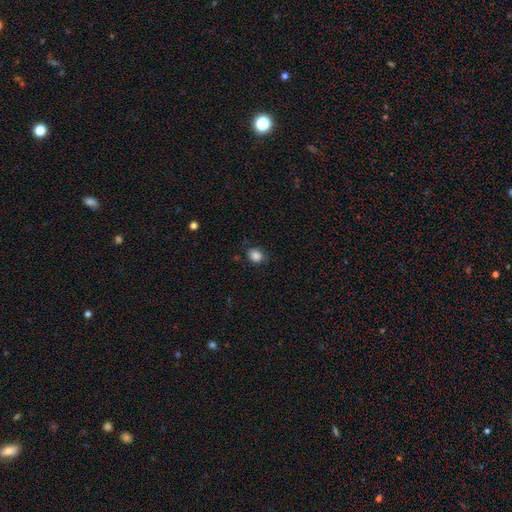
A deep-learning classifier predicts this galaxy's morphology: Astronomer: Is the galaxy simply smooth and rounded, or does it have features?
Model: smooth — 86%.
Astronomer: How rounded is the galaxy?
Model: round — 56% (runner-up: in between, 43%).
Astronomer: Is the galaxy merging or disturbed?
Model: none — 79%.